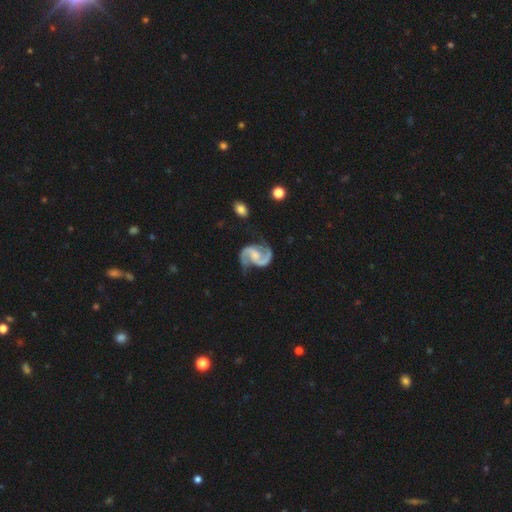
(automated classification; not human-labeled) A featured or disk galaxy (93%) with a weak bar (43%), 2 (94%) medium (59%) spiral arms (98%) and a moderate central bulge (34%).

Vote fractions:
- Smooth or featured? featured or disk: 93% / star or artifact: 4% / smooth: 3%
- Edge-on disk? no: 98% / yes: 2%
- Bar? weak: 43% / no: 42% / strong: 15%
- Spiral arms? yes: 98% / no: 2%
- Spiral winding? medium: 59% / loose: 27% / tight: 13%
- Spiral arm count? 2: 94% / can't tell: 1% / 1: 1% / 3: 1% / 4: 1% / more than 4: 1%
- Bulge size? moderate: 34% / small: 32% / none: 27% / large: 6% / dominant: 1%
- Merging? none: 75% / minor disturbance: 16% / major disturbance: 6% / merger: 2%